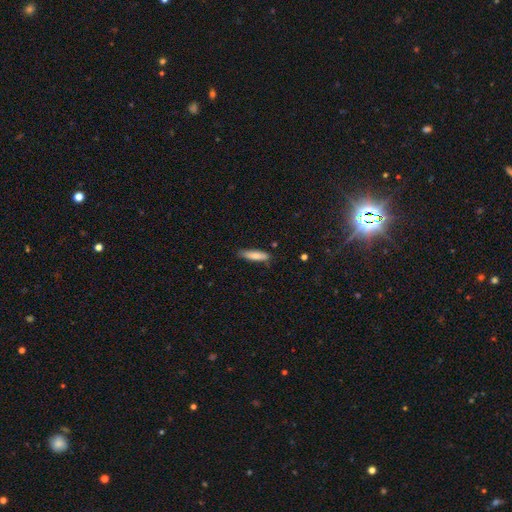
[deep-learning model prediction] Smooth or featured?
  - smooth: 80% *
  - featured or disk: 14%
  - star or artifact: 6%
How rounded?
  - cigar-shaped: 73% *
  - in between: 25%
  - round: 1%
Merging?
  - none: 80% *
  - minor disturbance: 15%
  - major disturbance: 2%
  - merger: 2%